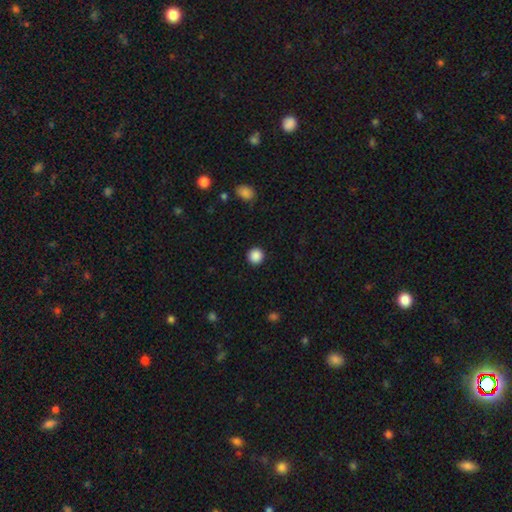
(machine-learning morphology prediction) Smooth or featured? smooth (88%)
How rounded? round (95%)
Merging? none (93%)